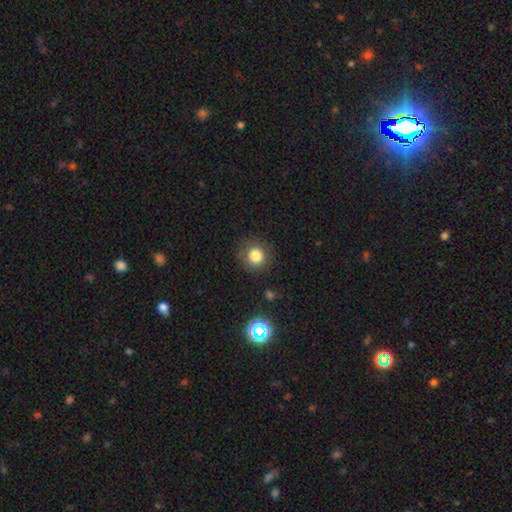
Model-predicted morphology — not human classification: Smooth or featured: smooth — 80% (star or artifact — 13%)
How rounded: round — 92% (in between — 7%)
Merging: none — 85% (minor disturbance — 9%)